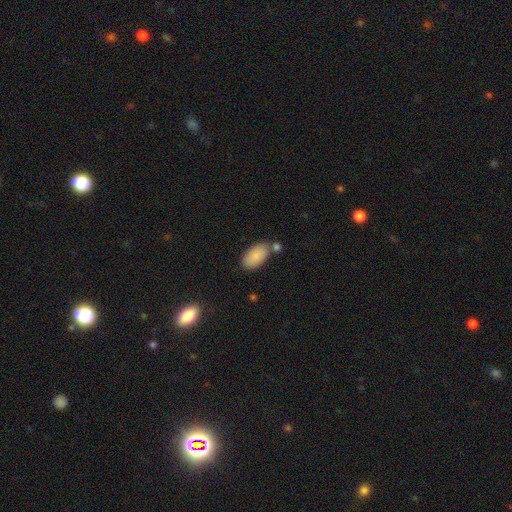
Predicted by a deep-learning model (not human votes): Smooth or featured?
  - smooth: 86% *
  - featured or disk: 7%
  - star or artifact: 7%
How rounded?
  - in between: 95% *
  - round: 3%
  - cigar-shaped: 2%
Merging?
  - none: 67% *
  - merger: 15%
  - minor disturbance: 15%
  - major disturbance: 4%